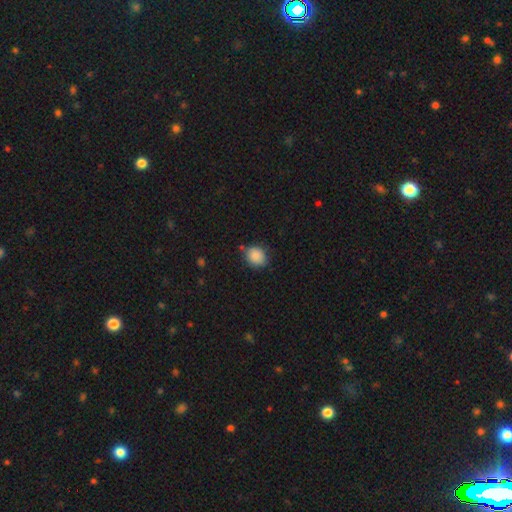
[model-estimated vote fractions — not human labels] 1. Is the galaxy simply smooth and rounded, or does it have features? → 86% smooth, 9% star or artifact, 6% featured or disk.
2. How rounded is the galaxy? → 62% round, 37% in between, 1% cigar-shaped.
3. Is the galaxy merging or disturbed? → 74% none, 19% minor disturbance, 4% merger, 3% major disturbance.